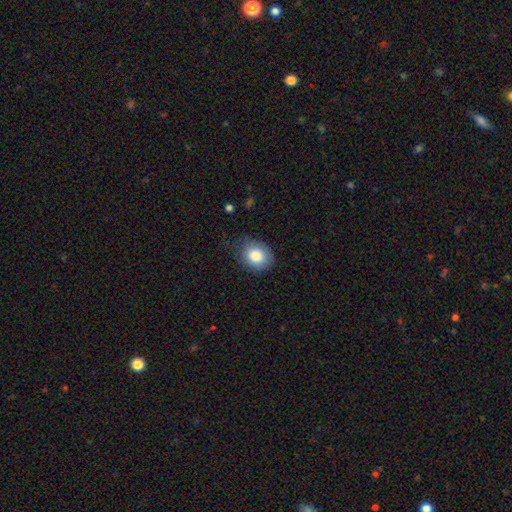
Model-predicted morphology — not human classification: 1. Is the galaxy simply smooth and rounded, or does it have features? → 84% smooth, 8% star or artifact, 8% featured or disk.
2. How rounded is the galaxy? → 58% round, 41% in between, 1% cigar-shaped.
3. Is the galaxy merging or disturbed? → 69% none, 23% minor disturbance, 7% major disturbance, 1% merger.